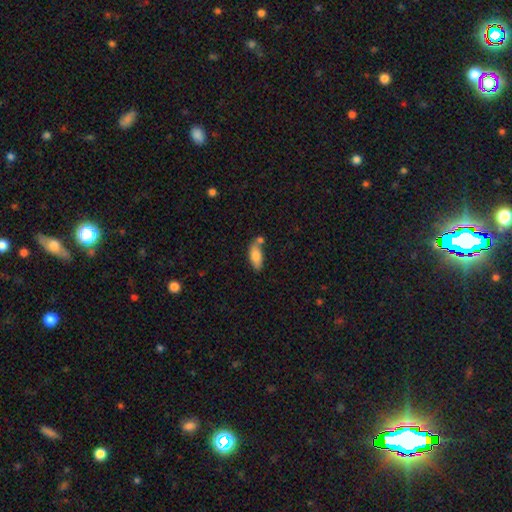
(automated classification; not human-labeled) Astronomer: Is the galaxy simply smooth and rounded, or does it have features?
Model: smooth — 81%.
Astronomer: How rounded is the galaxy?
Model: in between — 83%.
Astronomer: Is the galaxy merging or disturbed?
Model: none — 57%.